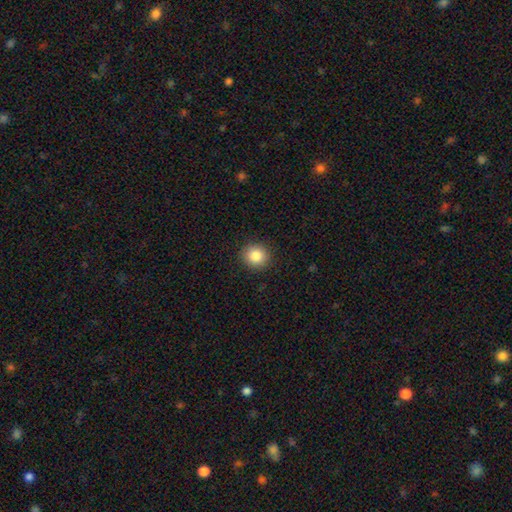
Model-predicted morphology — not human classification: smooth_or_featured: smooth (p=0.86) [alt: star or artifact p=0.09]
how_rounded: round (p=0.88) [alt: in between p=0.11]
merging: none (p=0.91) [alt: minor disturbance p=0.06]